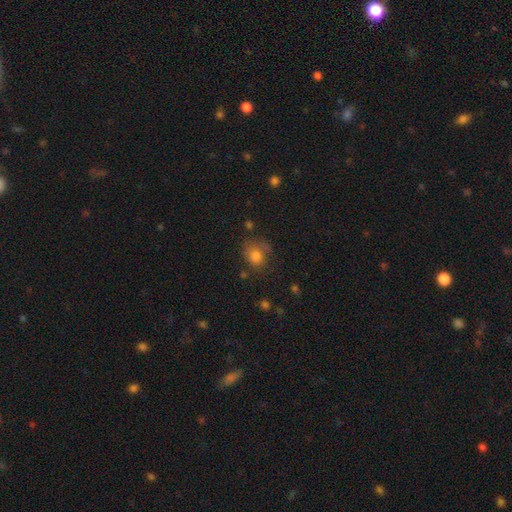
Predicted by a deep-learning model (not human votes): Q: Smooth or featured?
A: smooth (75%); runner-up: featured or disk (14%)
Q: How rounded?
A: round (63%); runner-up: in between (36%)
Q: Merging?
A: none (52%); runner-up: minor disturbance (26%)